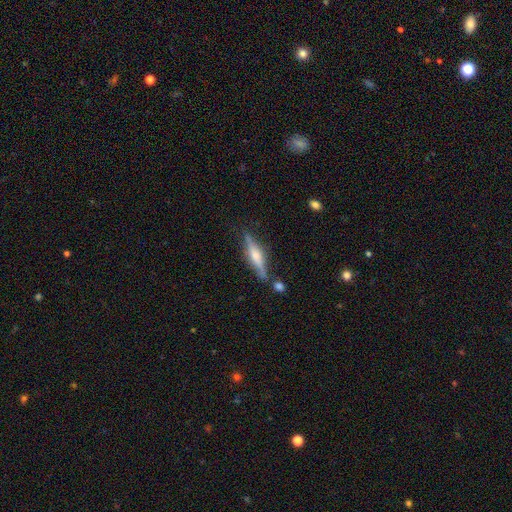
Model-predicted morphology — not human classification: This appears to be a featured or disk galaxy (64%) viewed edge-on (96%) with a rounded central bulge (76%). Merging: none (75%).